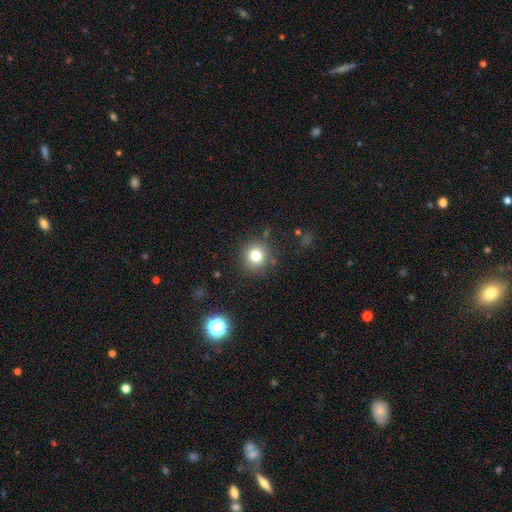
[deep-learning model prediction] smooth 79%, star or artifact 13%, featured or disk 8%. Down the decision tree: how rounded — round (91%); merging — none (86%).